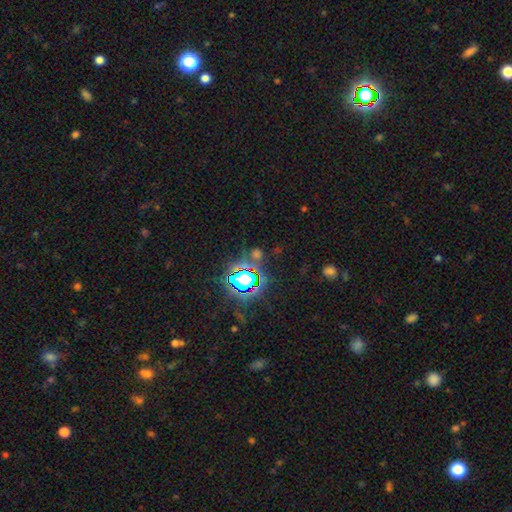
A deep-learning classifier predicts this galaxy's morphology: This appears to be a star or artifact, not a galaxy (71%).